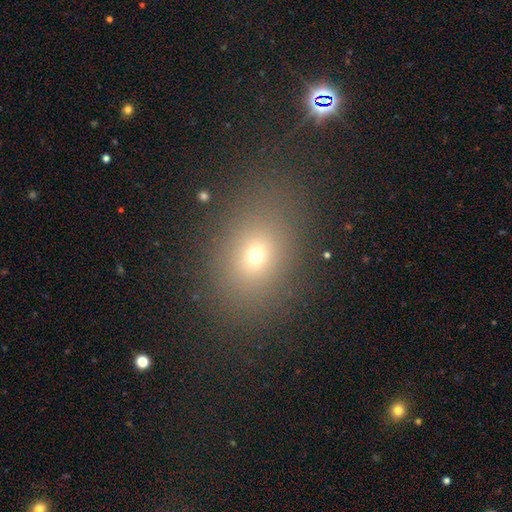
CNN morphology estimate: Q: Smooth or featured?
A: smooth (64%); runner-up: star or artifact (23%)
Q: How rounded?
A: in between (60%); runner-up: round (38%)
Q: Merging?
A: none (82%); runner-up: minor disturbance (10%)